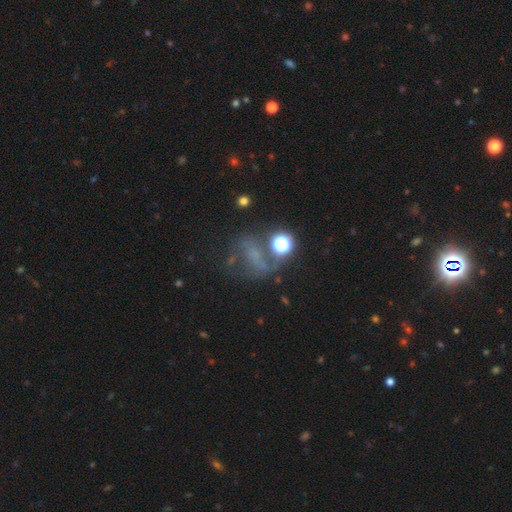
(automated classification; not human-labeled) Morphology: type=featured or disk (43%); merging=none (46%).